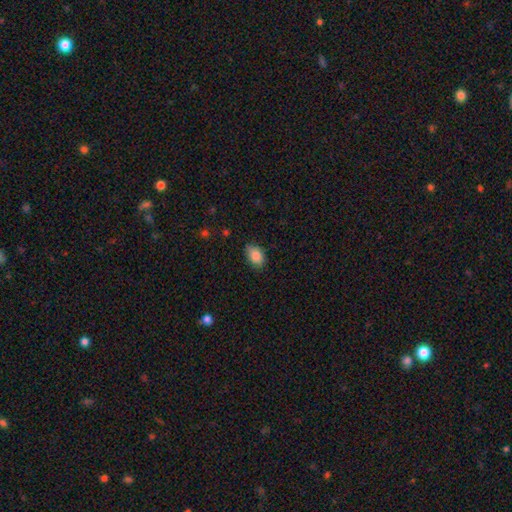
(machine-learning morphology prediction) Smooth or featured?
  - smooth: 87% *
  - star or artifact: 8%
  - featured or disk: 5%
How rounded?
  - in between: 85% *
  - round: 14%
  - cigar-shaped: 1%
Merging?
  - none: 76% *
  - minor disturbance: 19%
  - major disturbance: 3%
  - merger: 1%